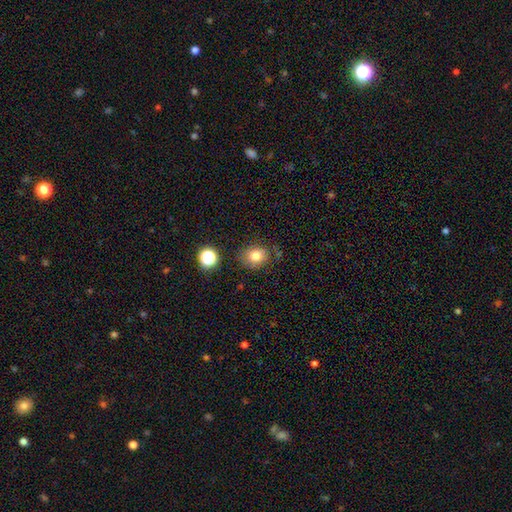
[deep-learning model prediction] A smooth galaxy with no disk features (80%) that is round (59%). Merging: none (74%).